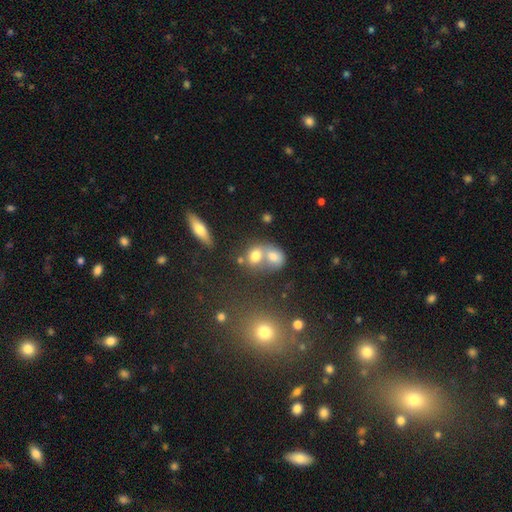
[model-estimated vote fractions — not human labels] smooth-or-featured: smooth: 69% | featured or disk: 18% | star or artifact: 13%
  how-rounded: in between: 54% | round: 44% | cigar-shaped: 2%
  merging: merger: 63% | none: 25% | minor disturbance: 7% | major disturbance: 4%